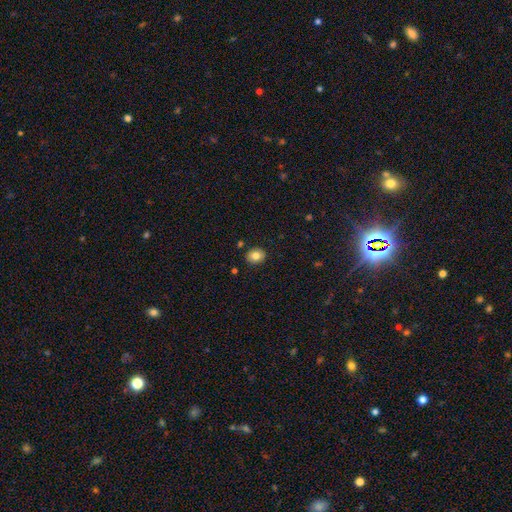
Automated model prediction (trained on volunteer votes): This is clearly a smooth galaxy (82%). How rounded: possibly round (57%). Merging: clearly none (87%).